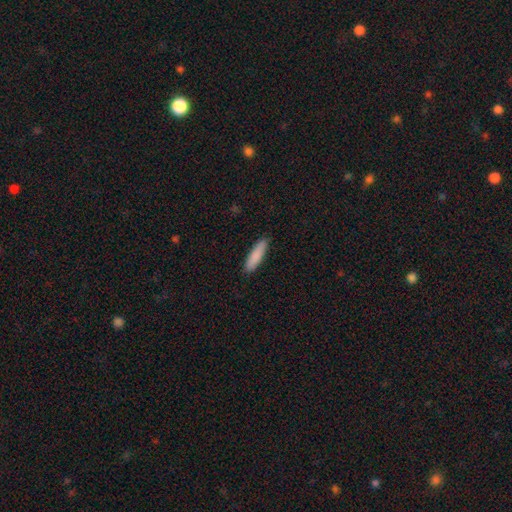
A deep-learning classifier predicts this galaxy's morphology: Q: Smooth or featured?
A: smooth (88%); runner-up: featured or disk (7%)
Q: How rounded?
A: cigar-shaped (71%); runner-up: in between (27%)
Q: Merging?
A: none (90%); runner-up: minor disturbance (8%)